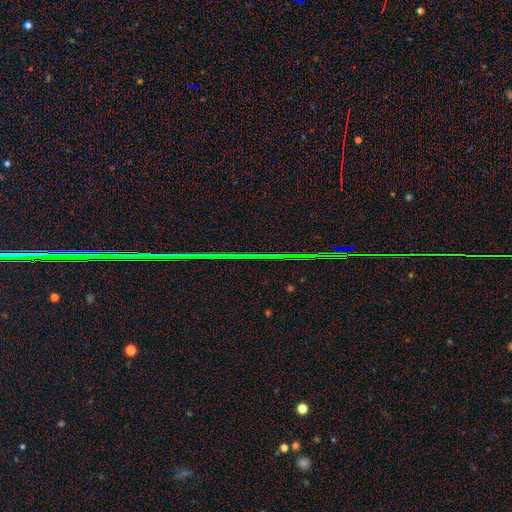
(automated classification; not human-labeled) Smooth or featured? star or artifact (88%)